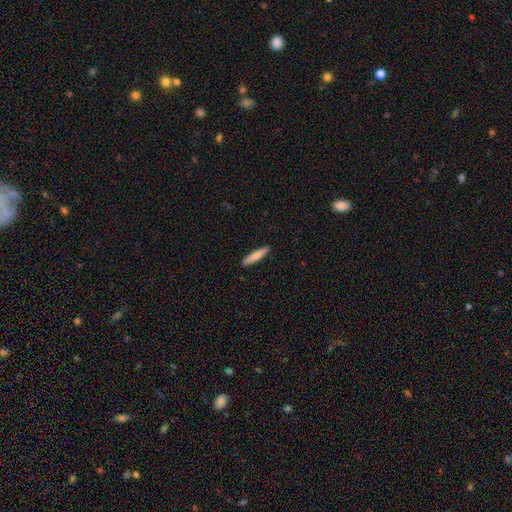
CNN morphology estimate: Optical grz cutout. It shows a smooth galaxy with no disk features (77%) that is cigar-shaped (89%). Merging: none (90%).